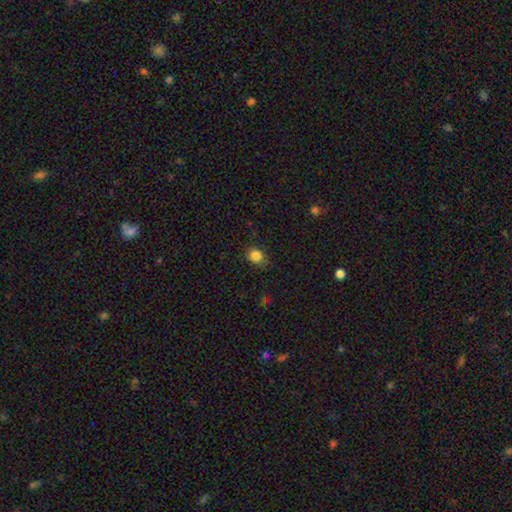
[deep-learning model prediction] Smooth or featured: smooth — 84% (star or artifact — 12%)
How rounded: round — 66% (in between — 33%)
Merging: none — 78% (minor disturbance — 17%)